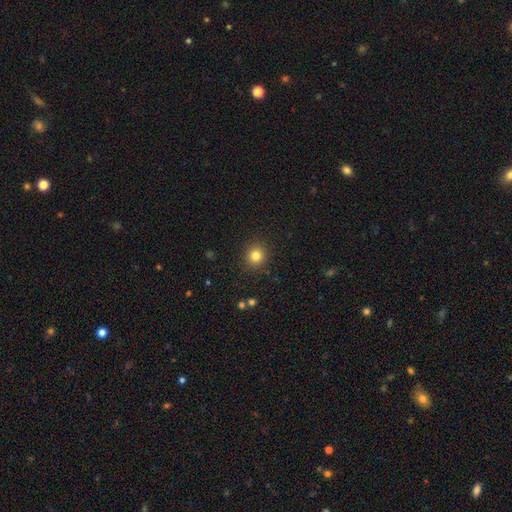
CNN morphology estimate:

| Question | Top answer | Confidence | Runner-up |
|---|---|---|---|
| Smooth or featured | smooth | 82% | star or artifact (12%) |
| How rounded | round | 90% | in between (10%) |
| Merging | none | 90% | minor disturbance (6%) |